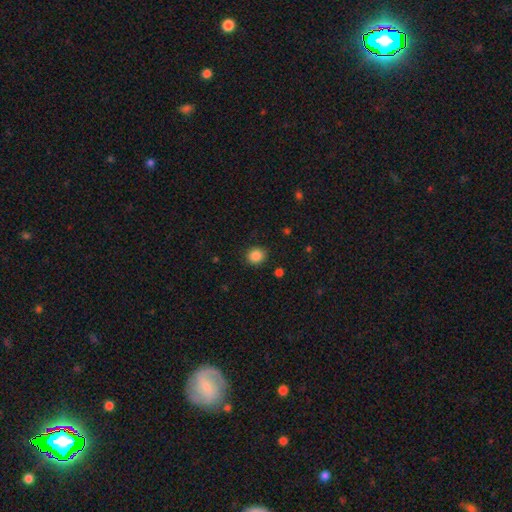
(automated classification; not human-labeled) Overall: smooth (87%). How rounded: round (83%). Merging: none (89%).